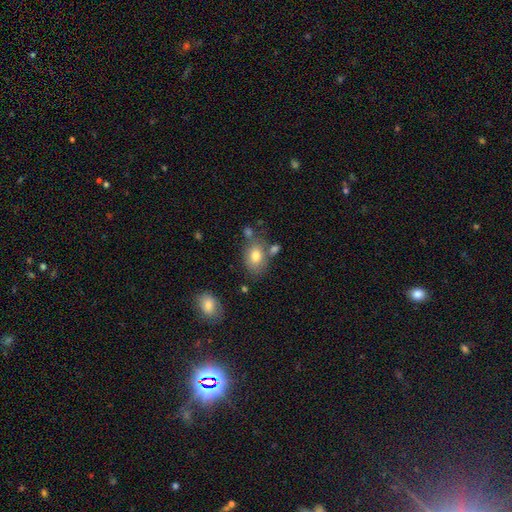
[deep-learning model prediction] The model was most divided on "merging": none: 61%, minor disturbance: 18%, merger: 15%, major disturbance: 6%. More confident: smooth or featured — smooth (77%); how rounded — in between (74%).